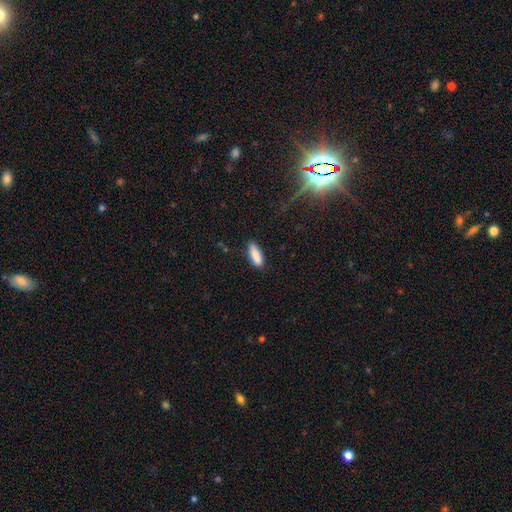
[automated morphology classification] Q: Smooth or featured?
A: smooth (87%); runner-up: star or artifact (7%)
Q: How rounded?
A: in between (62%); runner-up: cigar-shaped (36%)
Q: Merging?
A: none (83%); runner-up: minor disturbance (13%)